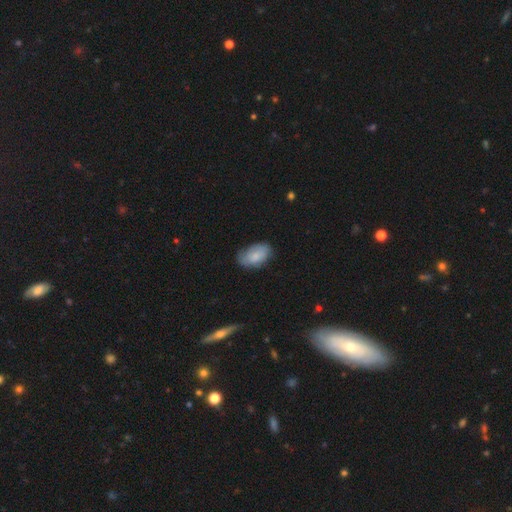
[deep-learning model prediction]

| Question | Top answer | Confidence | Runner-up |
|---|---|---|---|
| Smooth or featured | smooth | 75% | featured or disk (19%) |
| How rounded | in between | 93% | round (5%) |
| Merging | none | 67% | minor disturbance (26%) |